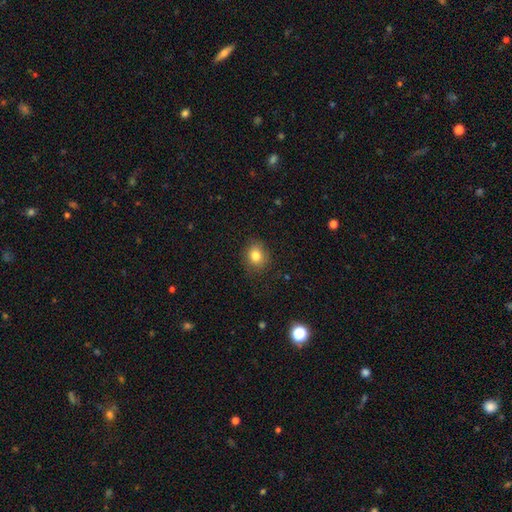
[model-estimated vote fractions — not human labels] Smooth or featured? Predicted: smooth (p=0.82). How rounded? Predicted: round (p=0.68). Merging? Predicted: none (p=0.84).